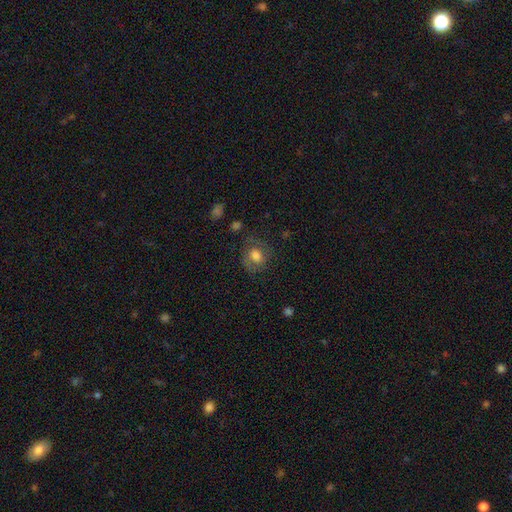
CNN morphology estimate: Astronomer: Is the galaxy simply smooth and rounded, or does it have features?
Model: smooth — 61%.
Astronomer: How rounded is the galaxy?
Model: round — 59% (runner-up: in between, 40%).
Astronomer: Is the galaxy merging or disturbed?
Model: none — 68%.